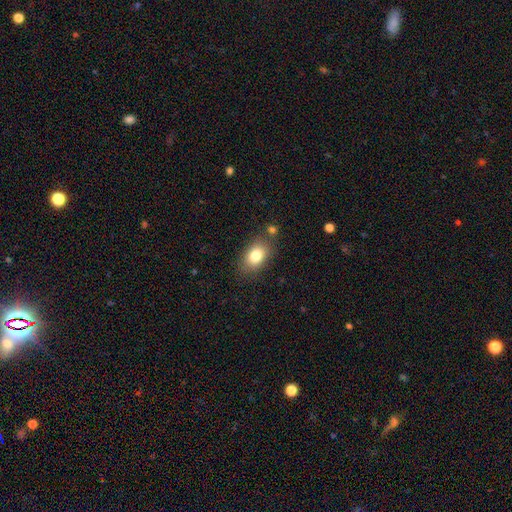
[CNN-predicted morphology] Smooth or featured? smooth (81%)
How rounded? in between (82%)
Merging? none (77%)